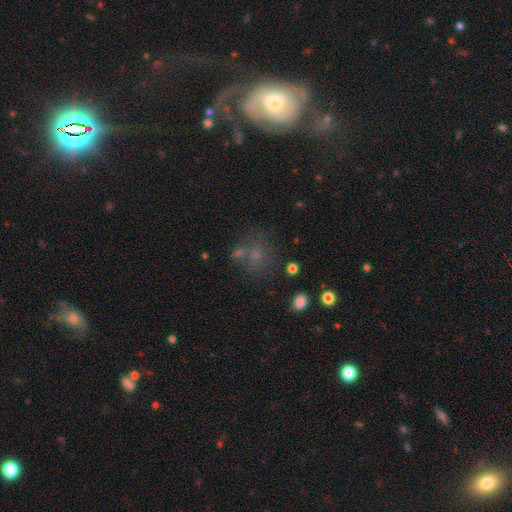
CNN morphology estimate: A smooth galaxy with no disk features (57%) that is round (67%). Merging: none (53%).